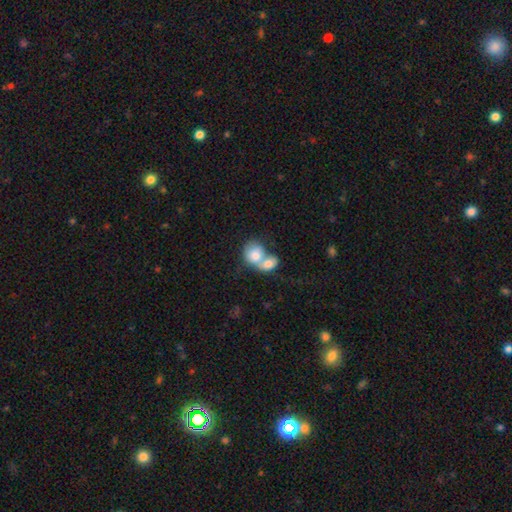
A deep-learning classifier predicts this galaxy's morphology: The model was most divided on "how rounded": round: 57%, in between: 42%, cigar-shaped: 1%. More confident: merging — merger (77%); smooth or featured — smooth (76%).